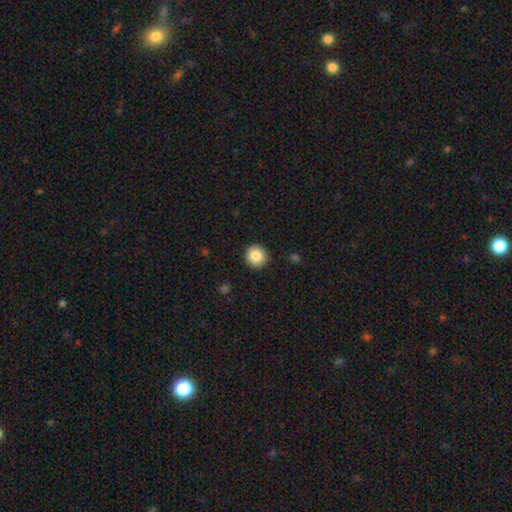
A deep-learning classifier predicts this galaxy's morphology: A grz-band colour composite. It shows a smooth galaxy with no disk features (87%) that is round (93%). Merging: none (92%).